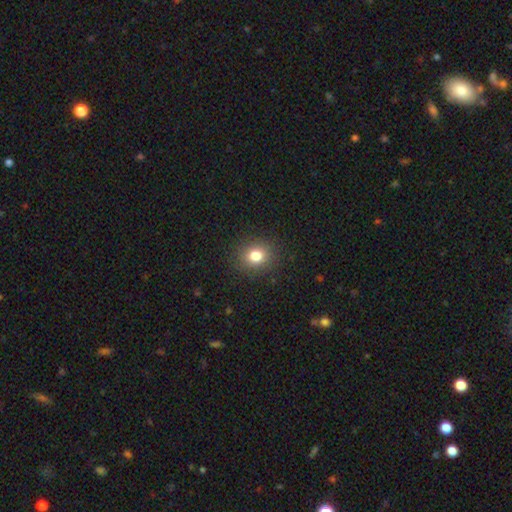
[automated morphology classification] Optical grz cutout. It shows a smooth galaxy with no disk features (80%) that is round (73%). Merging: none (89%).